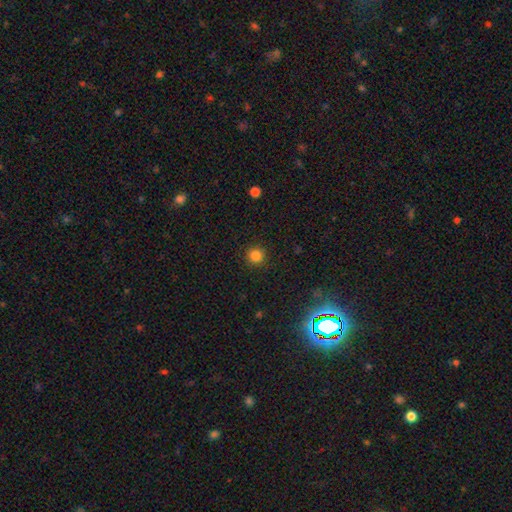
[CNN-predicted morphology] type=smooth (83%); roundness=round (95%); merging=none (91%).